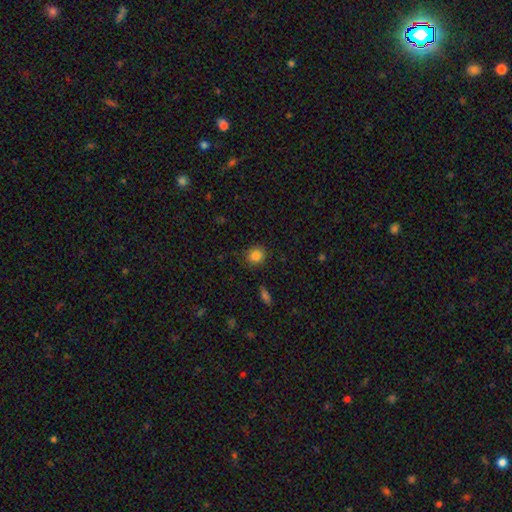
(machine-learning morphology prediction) Smooth or featured?
  - smooth: 84% *
  - star or artifact: 10%
  - featured or disk: 5%
How rounded?
  - round: 81% *
  - in between: 18%
  - cigar-shaped: 1%
Merging?
  - none: 87% *
  - minor disturbance: 9%
  - major disturbance: 2%
  - merger: 1%